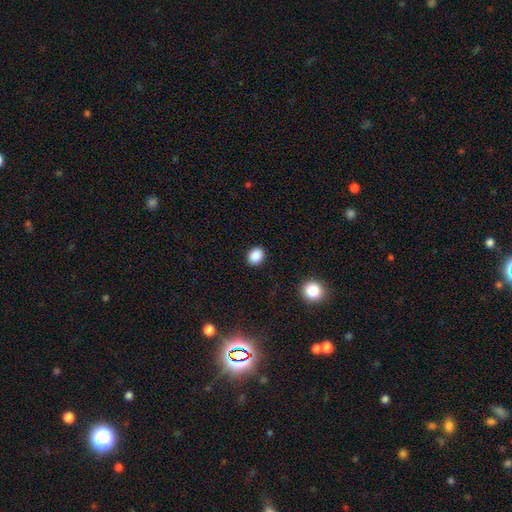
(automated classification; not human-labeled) A smooth galaxy with no disk features (88%) that is in between round and cigar-shaped (53%).

Vote fractions:
- Smooth or featured? smooth: 88% / star or artifact: 9% / featured or disk: 3%
- How rounded? in between: 53% / round: 46% / cigar-shaped: 1%
- Merging? none: 90% / minor disturbance: 7% / major disturbance: 2% / merger: 1%